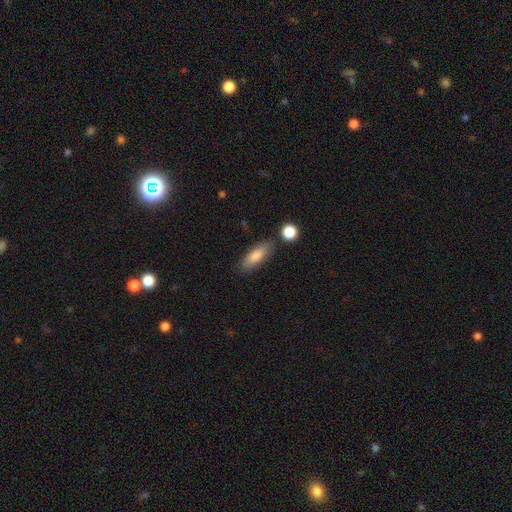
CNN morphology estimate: Smooth or featured: smooth — 79% (featured or disk — 14%)
How rounded: in between — 57% (cigar-shaped — 40%)
Merging: none — 81% (minor disturbance — 12%)